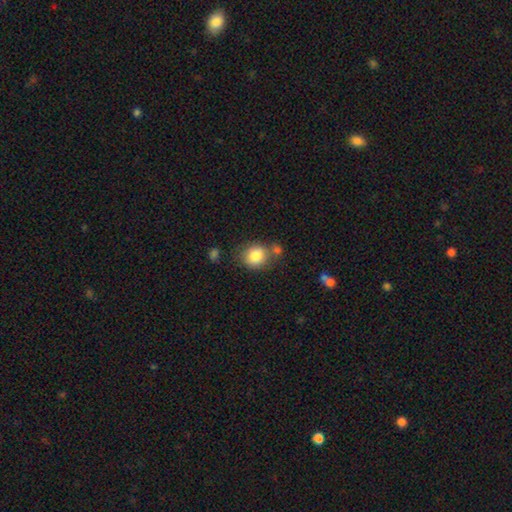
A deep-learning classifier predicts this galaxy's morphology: A smooth galaxy with no disk features (84%) that is round (69%). Merging: none (60%).